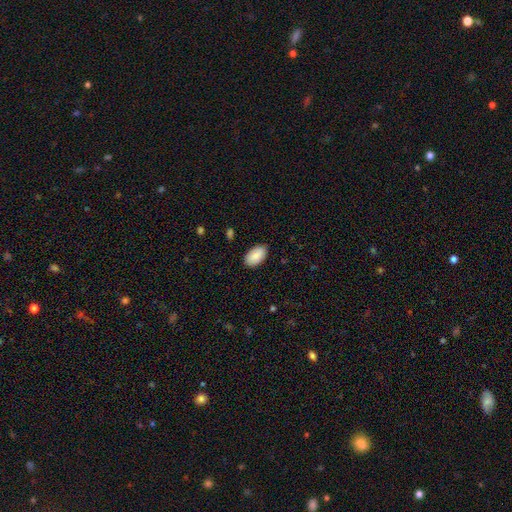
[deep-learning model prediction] This is clearly a smooth galaxy (88%). How rounded: clearly in between (94%). Merging: clearly none (86%).